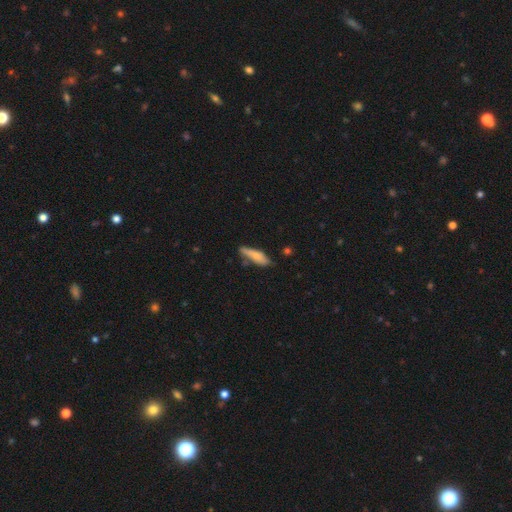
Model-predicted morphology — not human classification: Q: Smooth or featured?
A: smooth (69%); runner-up: featured or disk (25%)
Q: How rounded?
A: cigar-shaped (67%); runner-up: in between (31%)
Q: Merging?
A: none (64%); runner-up: minor disturbance (26%)